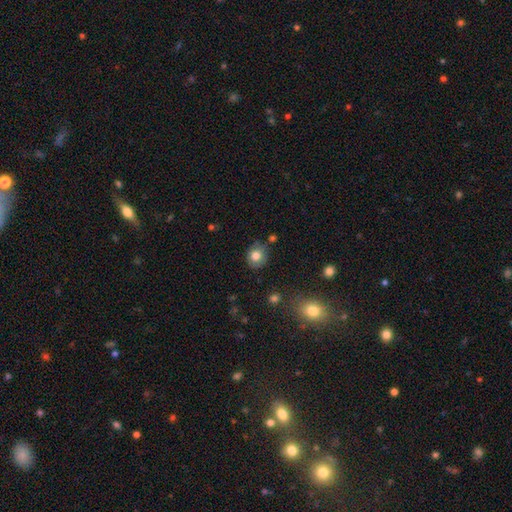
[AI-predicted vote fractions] Smooth or featured: smooth — 77% (featured or disk — 13%)
How rounded: round — 71% (in between — 28%)
Merging: none — 78% (minor disturbance — 15%)